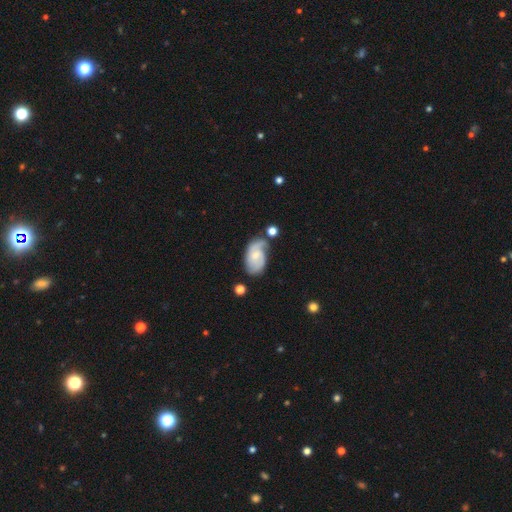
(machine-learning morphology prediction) This is possibly a featured or disk galaxy (59%). It is clearly not viewed edge-on (96%). Bar: likely no (65%). Spiral arm pattern: clearly yes (87%). Central bulge: possibly small (59%). Merging: possibly none (45%).